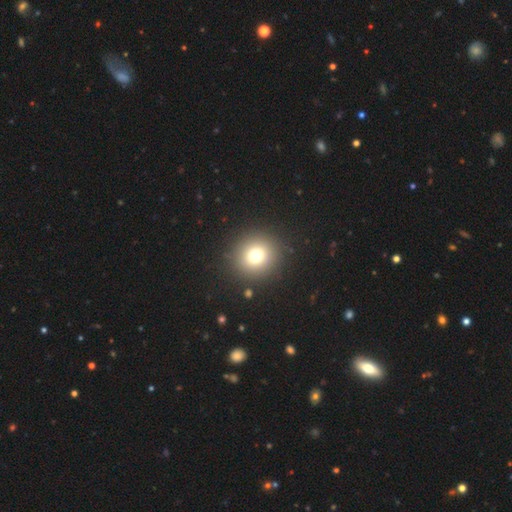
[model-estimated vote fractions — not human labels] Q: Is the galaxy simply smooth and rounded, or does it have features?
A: smooth — 74%.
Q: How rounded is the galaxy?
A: round — 92%.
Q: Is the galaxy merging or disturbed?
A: none — 90%.